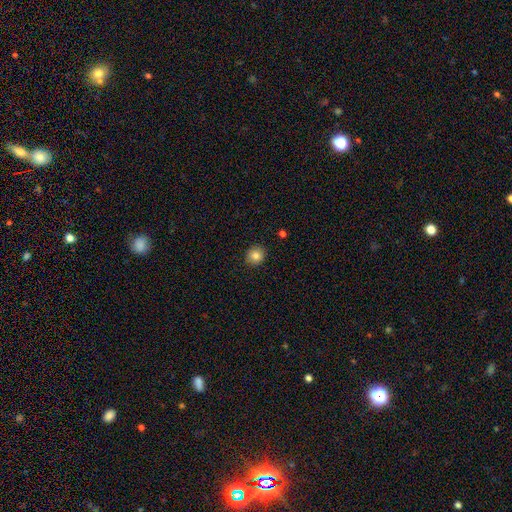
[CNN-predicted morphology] Smooth or featured? Predicted: smooth (p=0.83). How rounded? Predicted: round (p=0.88). Merging? Predicted: none (p=0.91).